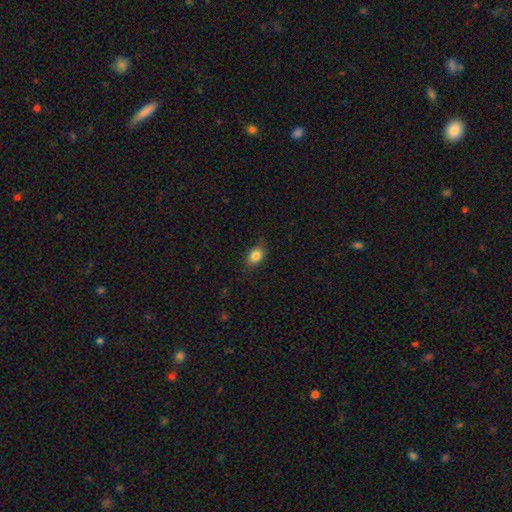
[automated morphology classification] This appears to be a smooth galaxy with no disk features (84%) that is in between round and cigar-shaped (75%). Merging: none (81%).